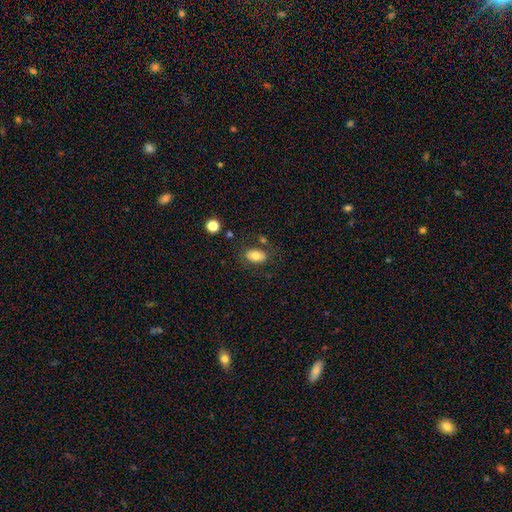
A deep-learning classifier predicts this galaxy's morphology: A smooth galaxy with no disk features (77%) that is in between round and cigar-shaped (87%).

Vote fractions:
- Smooth or featured? smooth: 77% / featured or disk: 15% / star or artifact: 8%
- How rounded? in between: 87% / round: 11% / cigar-shaped: 2%
- Merging? none: 75% / minor disturbance: 14% / merger: 6% / major disturbance: 5%